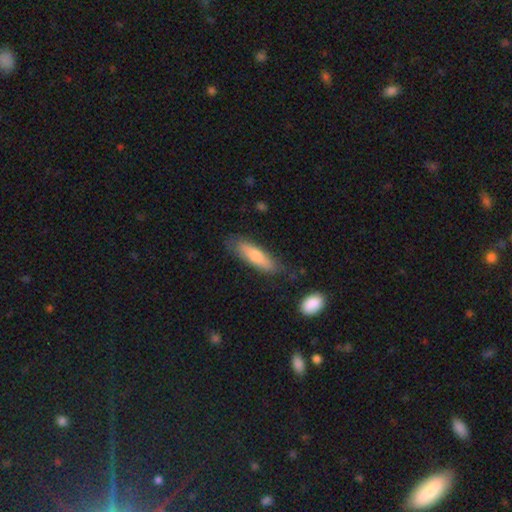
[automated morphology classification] type=smooth (66%); roundness=cigar-shaped (69%); merging=none (76%).